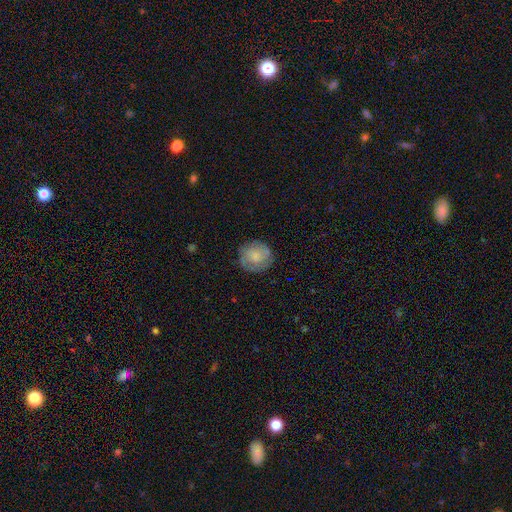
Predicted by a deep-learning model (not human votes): smooth-or-featured: smooth: 70% | featured or disk: 23% | star or artifact: 7%
  how-rounded: round: 90% | in between: 9% | cigar-shaped: 1%
  merging: none: 79% | minor disturbance: 15% | major disturbance: 5% | merger: 1%